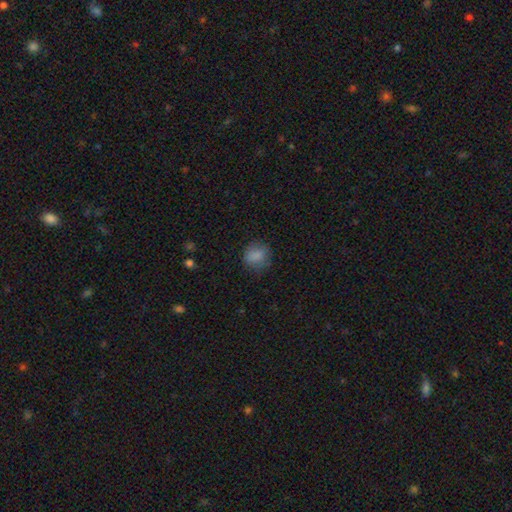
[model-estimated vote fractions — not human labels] This appears to be a smooth galaxy with no disk features (85%) that is round (74%). Merging: none (76%).